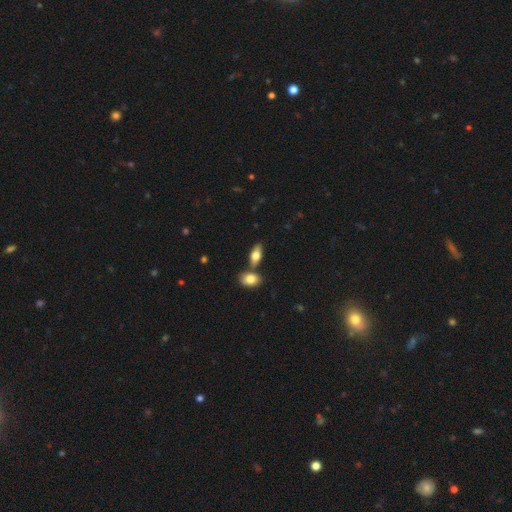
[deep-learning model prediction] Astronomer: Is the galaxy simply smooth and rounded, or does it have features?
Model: smooth — 72%.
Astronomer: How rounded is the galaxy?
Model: in between — 86%.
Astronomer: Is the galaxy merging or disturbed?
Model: none — 62%.